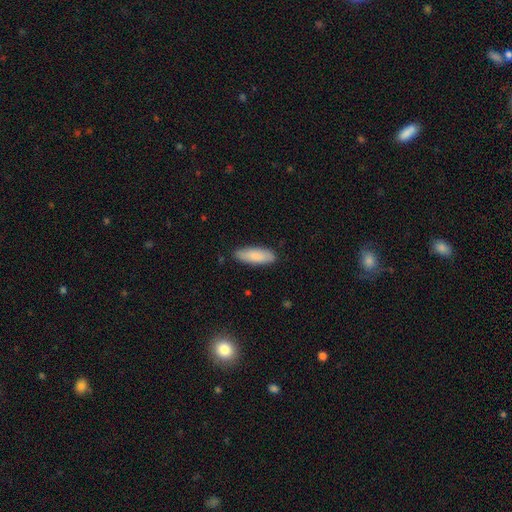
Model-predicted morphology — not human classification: smooth-or-featured: smooth: 85% | featured or disk: 10% | star or artifact: 5%
  how-rounded: in between: 58% | cigar-shaped: 40% | round: 2%
  merging: none: 86% | minor disturbance: 11% | major disturbance: 2% | merger: 1%